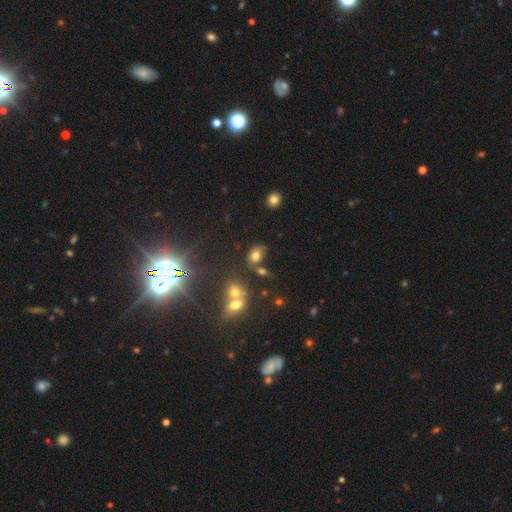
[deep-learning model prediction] Smooth or featured?
  - smooth: 73% *
  - star or artifact: 15%
  - featured or disk: 12%
How rounded?
  - in between: 75% *
  - round: 23%
  - cigar-shaped: 2%
Merging?
  - none: 54% *
  - minor disturbance: 19%
  - merger: 18%
  - major disturbance: 8%